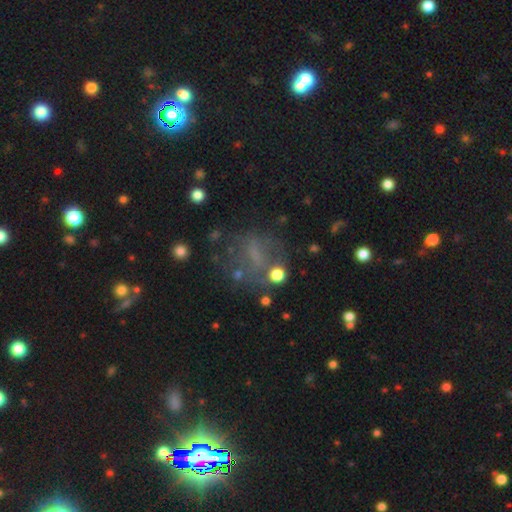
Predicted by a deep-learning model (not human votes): Morphology: type=smooth (38%); merging=none (53%).